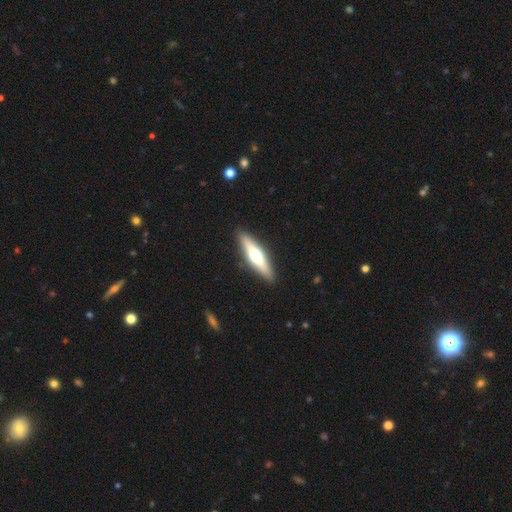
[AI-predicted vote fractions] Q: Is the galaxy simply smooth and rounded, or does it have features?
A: featured or disk — 52%.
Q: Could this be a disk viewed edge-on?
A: yes — 93%.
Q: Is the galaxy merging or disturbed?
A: none — 91%.